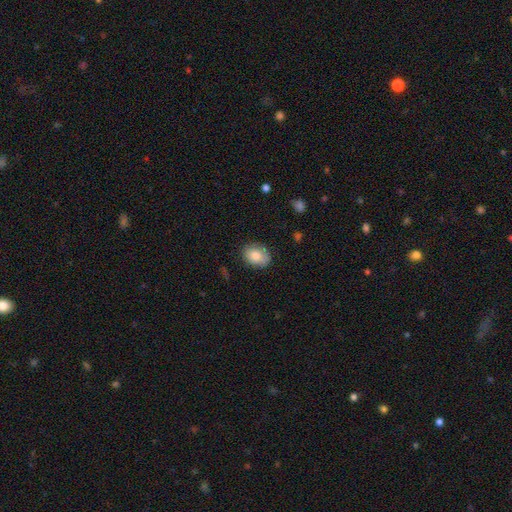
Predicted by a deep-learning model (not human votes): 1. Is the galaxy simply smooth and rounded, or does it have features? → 81% smooth, 12% featured or disk, 8% star or artifact.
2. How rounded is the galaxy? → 67% in between, 32% round, 1% cigar-shaped.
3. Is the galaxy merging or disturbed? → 81% none, 15% minor disturbance, 3% major disturbance, 1% merger.